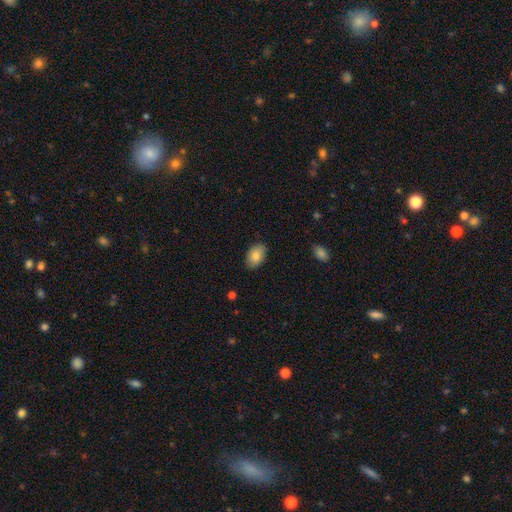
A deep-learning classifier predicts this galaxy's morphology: smooth-or-featured: smooth: 83% | featured or disk: 10% | star or artifact: 7%
  how-rounded: in between: 87% | round: 12% | cigar-shaped: 1%
  merging: none: 84% | minor disturbance: 12% | major disturbance: 2% | merger: 1%